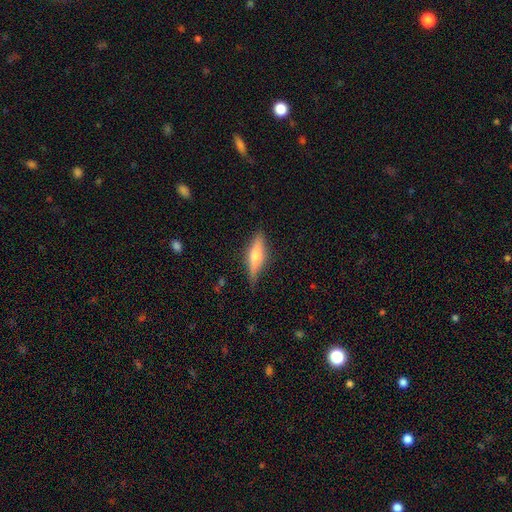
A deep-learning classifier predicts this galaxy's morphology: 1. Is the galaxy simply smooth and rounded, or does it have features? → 49% featured or disk, 45% smooth, 6% star or artifact.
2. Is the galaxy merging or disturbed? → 82% none, 14% minor disturbance, 3% major disturbance, 1% merger.